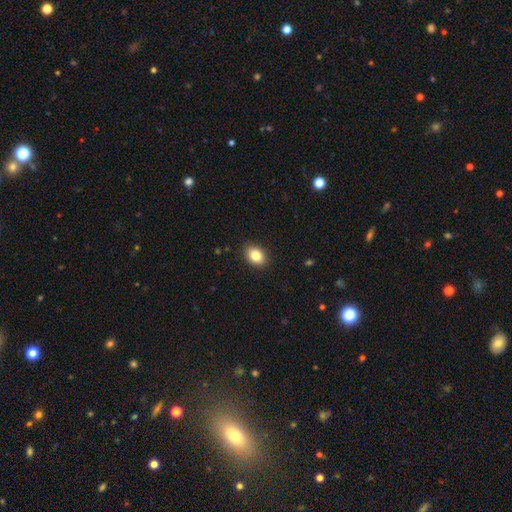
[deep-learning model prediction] smooth-or-featured: smooth: 85% | star or artifact: 9% | featured or disk: 7%
  how-rounded: in between: 76% | round: 23% | cigar-shaped: 1%
  merging: none: 90% | minor disturbance: 7% | major disturbance: 2% | merger: 1%